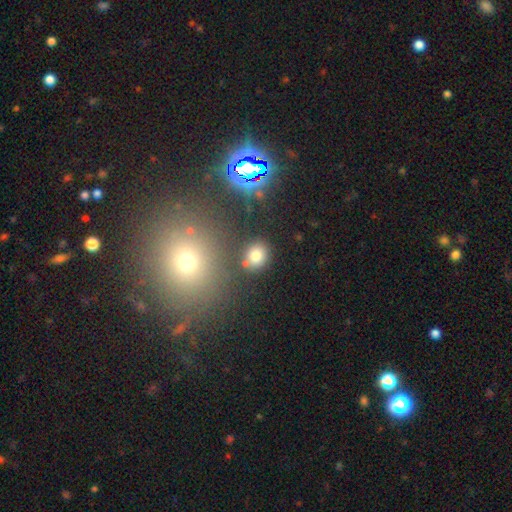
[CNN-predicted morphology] smooth-or-featured: smooth: 77% | star or artifact: 15% | featured or disk: 8%
  how-rounded: round: 65% | in between: 34% | cigar-shaped: 1%
  merging: none: 74% | merger: 11% | minor disturbance: 11% | major disturbance: 4%